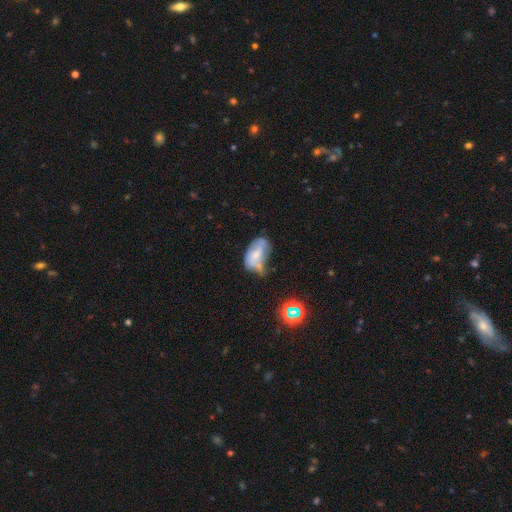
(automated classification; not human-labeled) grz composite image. It shows a smooth galaxy with no disk features (53%) that is in between round and cigar-shaped (91%). Merging: minor disturbance (37%).